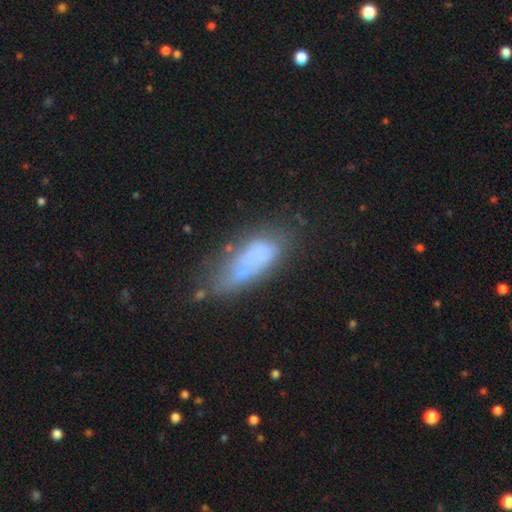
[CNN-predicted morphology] A smooth galaxy with no disk features (55%) that is in between round and cigar-shaped (71%). Merging: none (37%).